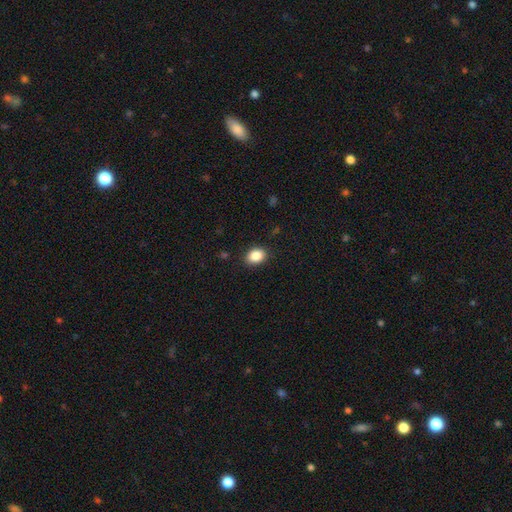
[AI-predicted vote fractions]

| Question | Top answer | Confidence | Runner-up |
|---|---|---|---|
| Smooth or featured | smooth | 87% | star or artifact (9%) |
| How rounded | in between | 68% | round (31%) |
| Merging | none | 88% | minor disturbance (9%) |